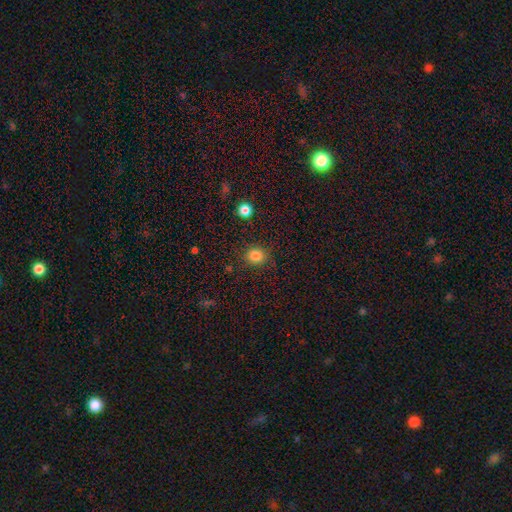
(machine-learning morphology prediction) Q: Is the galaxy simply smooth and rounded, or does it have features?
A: smooth — 83%.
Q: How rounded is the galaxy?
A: round — 84%.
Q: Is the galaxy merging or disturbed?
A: none — 88%.